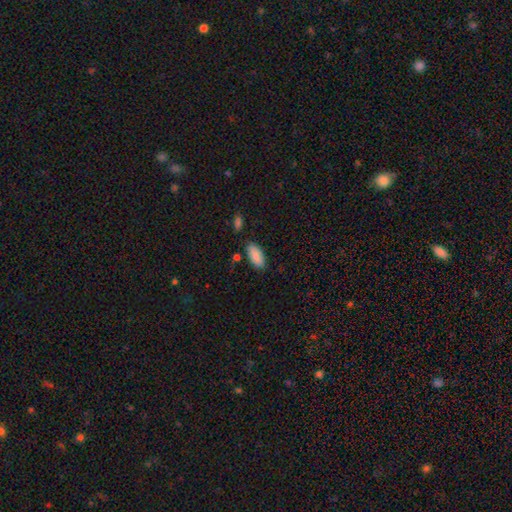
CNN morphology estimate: A smooth galaxy with no disk features (87%) that is in between round and cigar-shaped (90%). Merging: none (78%).